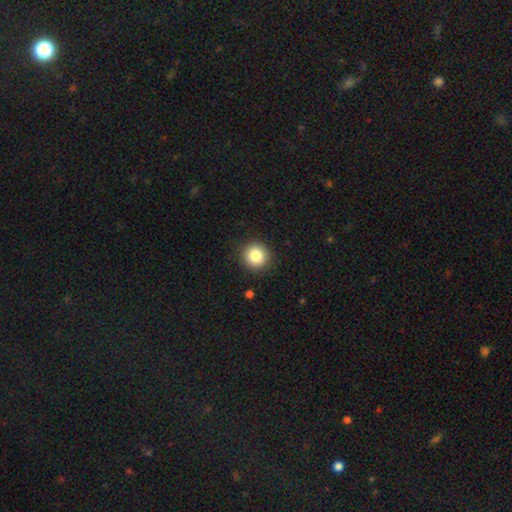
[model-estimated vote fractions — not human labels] Q: Smooth or featured?
A: smooth (84%); runner-up: star or artifact (10%)
Q: How rounded?
A: round (93%); runner-up: in between (6%)
Q: Merging?
A: none (91%); runner-up: minor disturbance (6%)